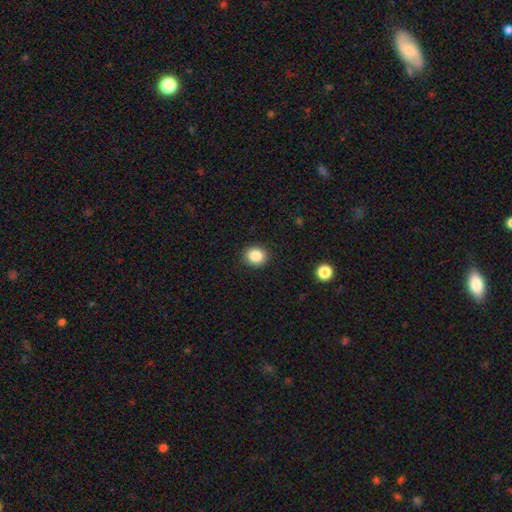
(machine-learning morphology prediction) Smooth or featured?
  - smooth: 86% *
  - star or artifact: 10%
  - featured or disk: 5%
How rounded?
  - round: 76% *
  - in between: 23%
  - cigar-shaped: 1%
Merging?
  - none: 90% *
  - minor disturbance: 7%
  - major disturbance: 2%
  - merger: 1%